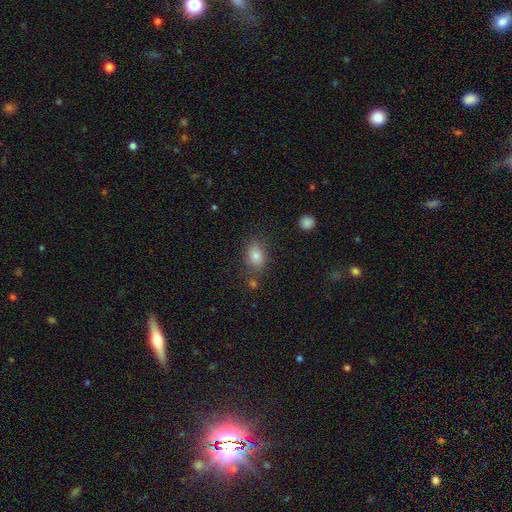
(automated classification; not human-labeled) Overall: smooth (79%). How rounded: in between (77%). Merging: none (77%).